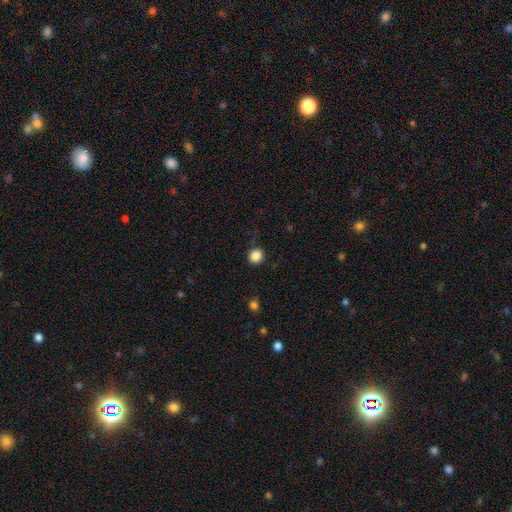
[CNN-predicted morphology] This is clearly a smooth galaxy (86%). How rounded: clearly round (89%). Merging: clearly none (84%).